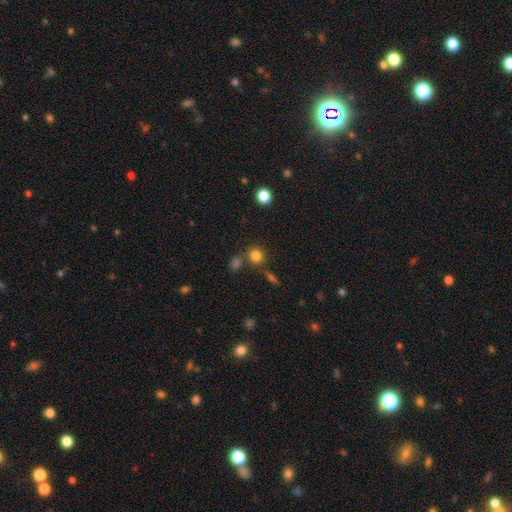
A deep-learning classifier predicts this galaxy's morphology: This is clearly a smooth galaxy (81%). How rounded: clearly round (84%). Merging: likely none (70%).